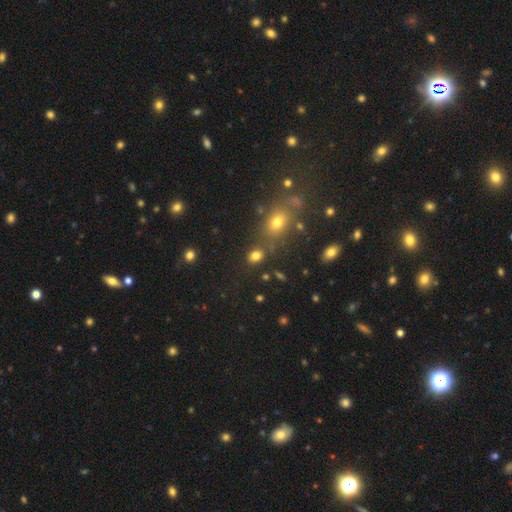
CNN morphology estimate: Smooth or featured? smooth (77%)
How rounded? in between (60%)
Merging? none (73%)